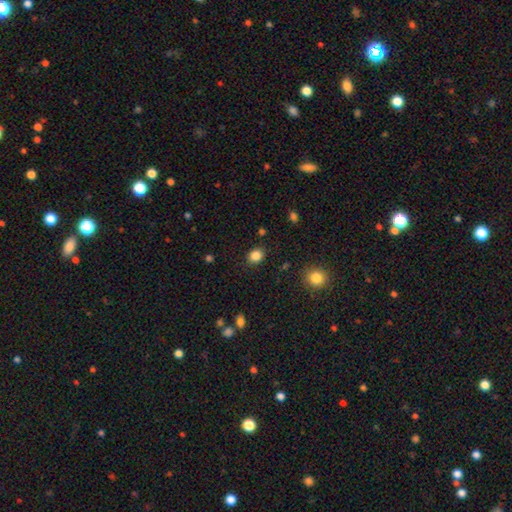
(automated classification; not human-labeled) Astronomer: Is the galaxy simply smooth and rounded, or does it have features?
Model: smooth — 84%.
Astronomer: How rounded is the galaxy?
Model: round — 65%.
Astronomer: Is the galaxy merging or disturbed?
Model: none — 87%.